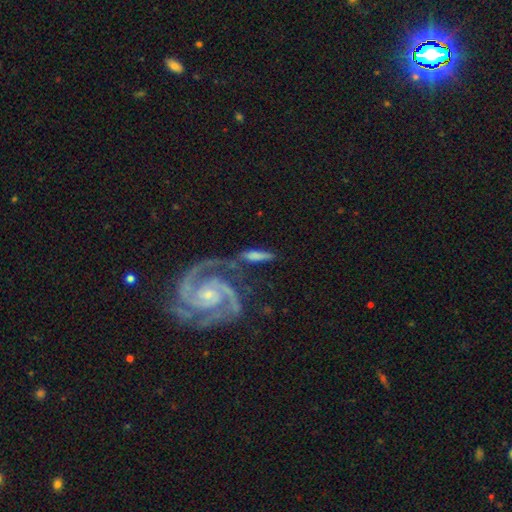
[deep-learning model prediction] A featured or disk galaxy (54%). Merging: none (50%).